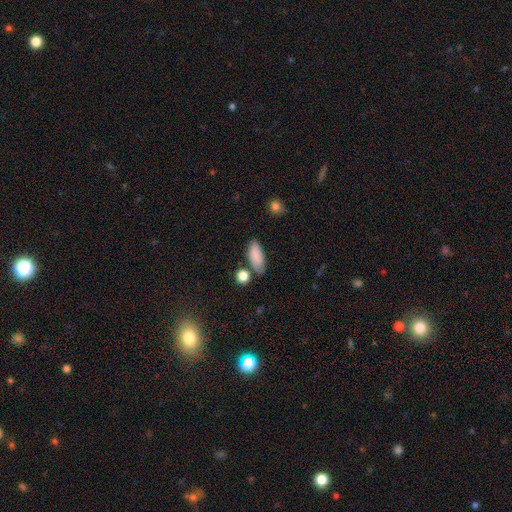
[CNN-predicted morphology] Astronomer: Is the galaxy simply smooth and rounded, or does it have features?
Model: smooth — 84%.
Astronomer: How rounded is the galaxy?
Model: in between — 82%.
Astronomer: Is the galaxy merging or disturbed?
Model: none — 69%.